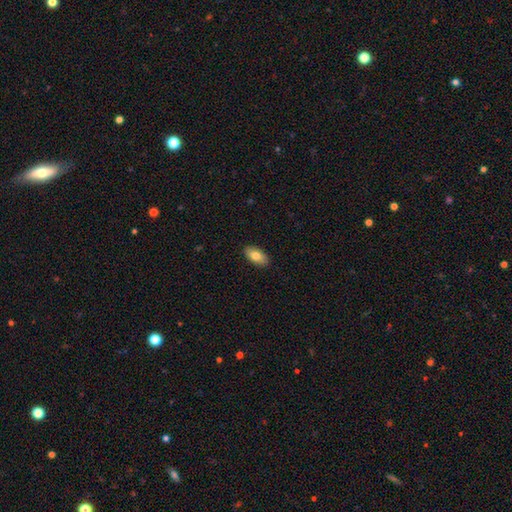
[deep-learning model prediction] Morphology: type=smooth (79%); roundness=in between (93%); merging=none (89%).